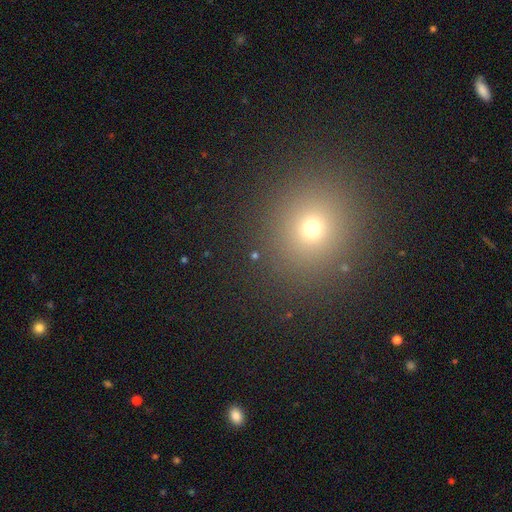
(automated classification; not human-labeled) Smooth or featured? smooth (60%)
How rounded? round (86%)
Merging? none (87%)